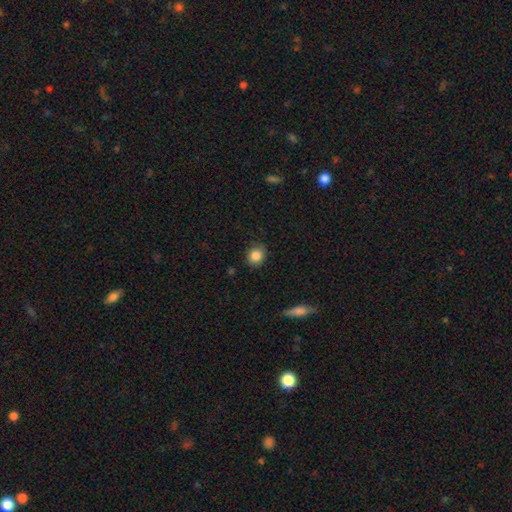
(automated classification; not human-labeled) smooth_or_featured: smooth (p=0.86) [alt: star or artifact p=0.09]
how_rounded: round (p=0.77) [alt: in between p=0.22]
merging: none (p=0.83) [alt: minor disturbance p=0.13]